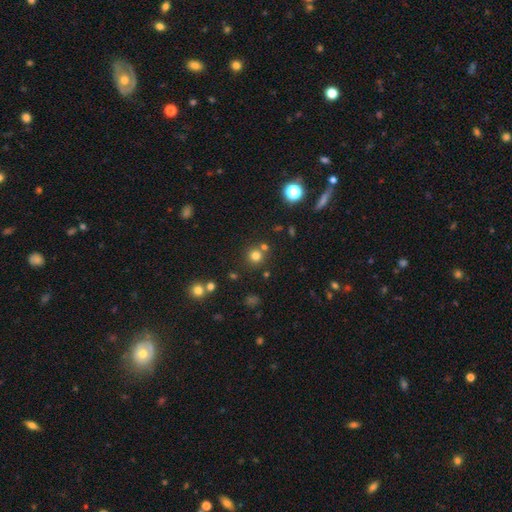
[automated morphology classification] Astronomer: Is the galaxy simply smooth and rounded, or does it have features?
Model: smooth — 75%.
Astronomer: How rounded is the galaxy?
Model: round — 93%.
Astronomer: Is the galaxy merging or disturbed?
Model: none — 74%.